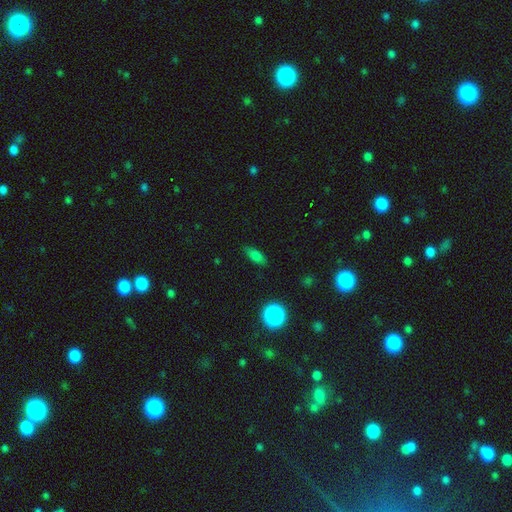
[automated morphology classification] Overall: smooth (74%). How rounded: in between (72%). Merging: none (81%).